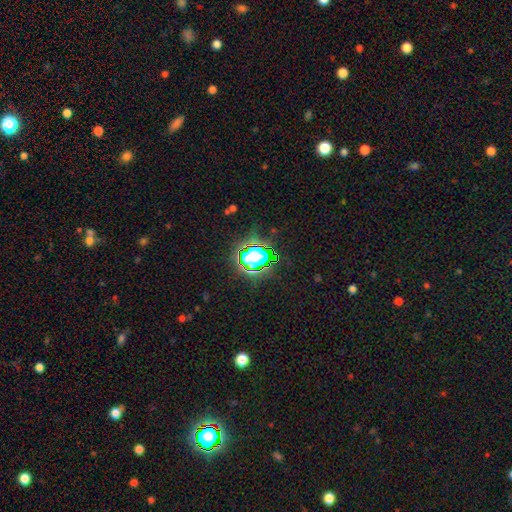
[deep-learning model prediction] smooth-or-featured: star or artifact: 62% | smooth: 25% | featured or disk: 12%